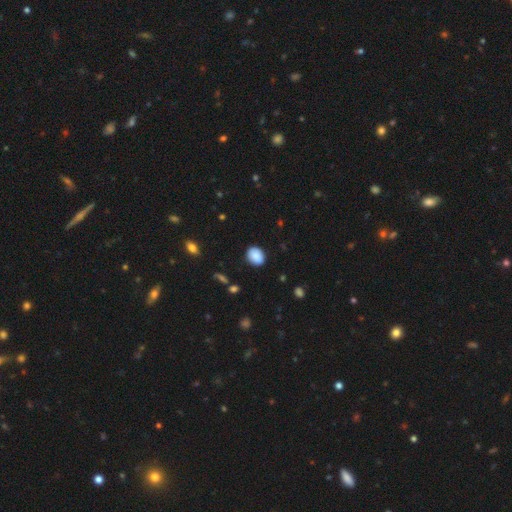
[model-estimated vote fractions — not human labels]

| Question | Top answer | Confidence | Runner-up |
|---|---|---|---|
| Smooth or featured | smooth | 88% | star or artifact (8%) |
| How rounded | in between | 54% | round (45%) |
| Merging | none | 87% | minor disturbance (10%) |